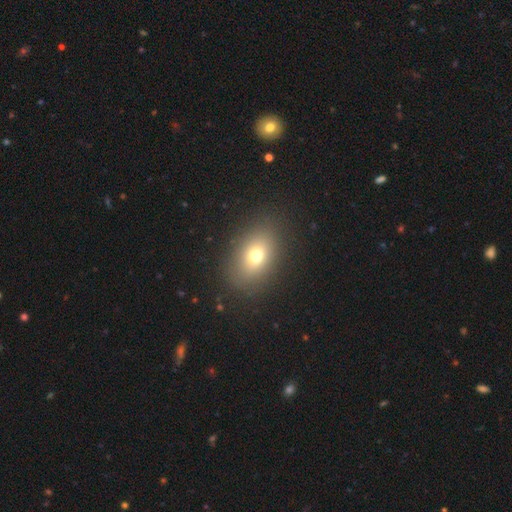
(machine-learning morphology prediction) This appears to be a smooth galaxy with no disk features (71%) that is in between round and cigar-shaped (69%). Merging: none (86%).